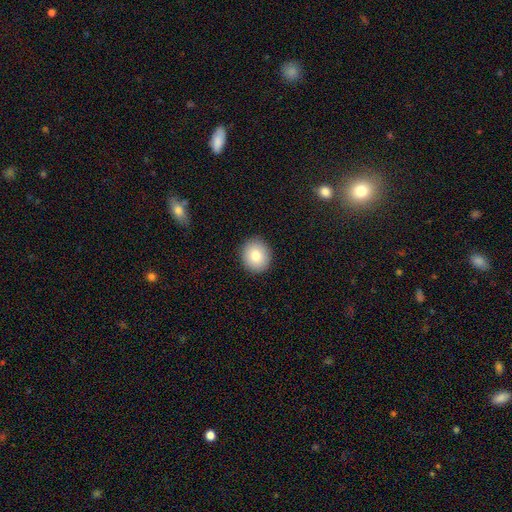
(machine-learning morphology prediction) Smooth or featured? smooth (82%)
How rounded? round (79%)
Merging? none (91%)